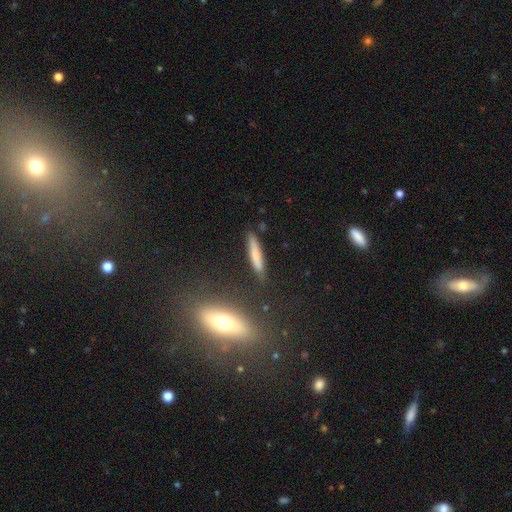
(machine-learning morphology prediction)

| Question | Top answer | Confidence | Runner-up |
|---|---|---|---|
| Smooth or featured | smooth | 70% | featured or disk (23%) |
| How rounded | cigar-shaped | 90% | in between (8%) |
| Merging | none | 84% | minor disturbance (11%) |